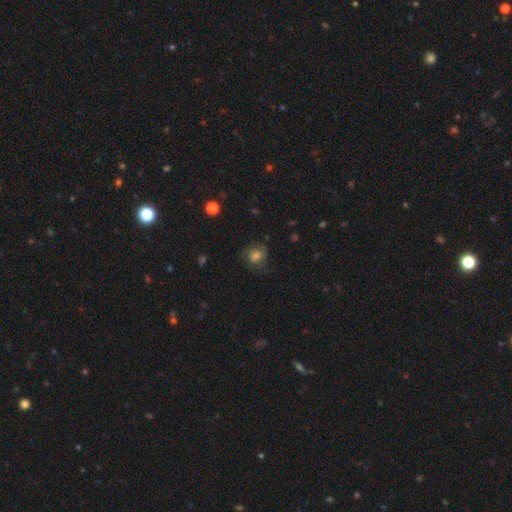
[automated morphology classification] Smooth or featured? Predicted: smooth (p=0.58). How rounded? Predicted: round (p=0.77). Merging? Predicted: none (p=0.66).